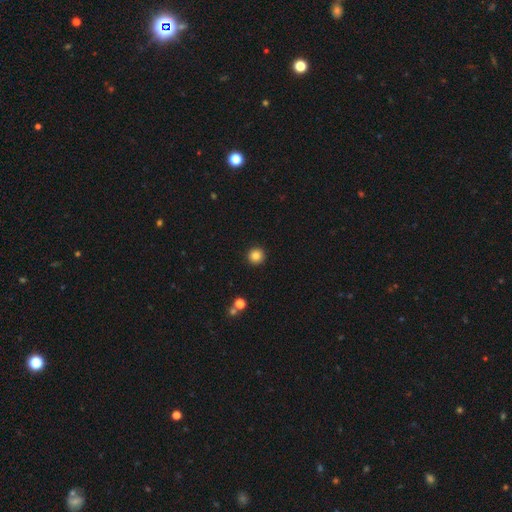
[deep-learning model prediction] Overall: smooth (84%). How rounded: round (96%). Merging: none (93%).